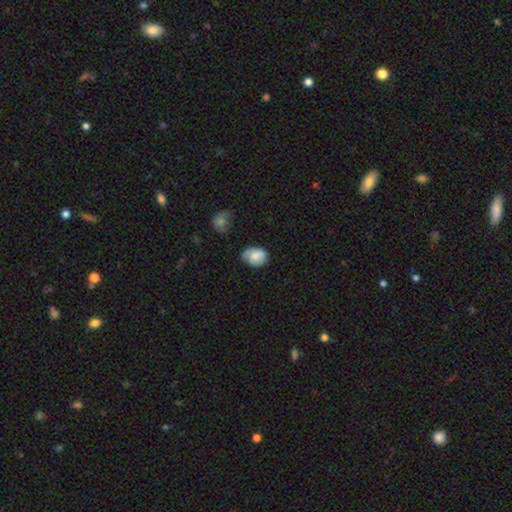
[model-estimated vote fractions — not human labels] Smooth or featured: smooth — 79% (featured or disk — 14%)
How rounded: in between — 61% (round — 38%)
Merging: none — 53% (minor disturbance — 36%)